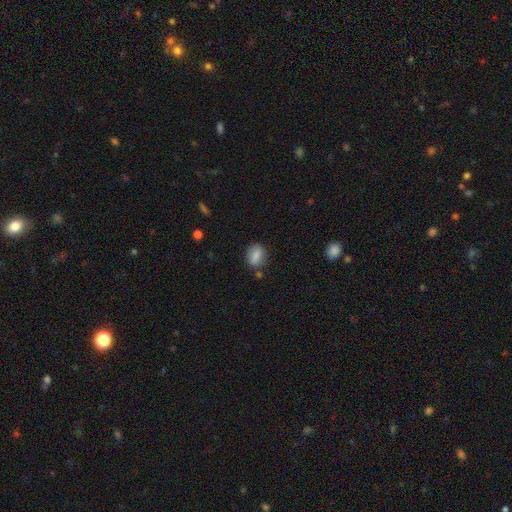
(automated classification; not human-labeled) A smooth galaxy with no disk features (82%) that is in between round and cigar-shaped (66%).

Vote fractions:
- Smooth or featured? smooth: 82% / featured or disk: 10% / star or artifact: 8%
- How rounded? in between: 66% / round: 31% / cigar-shaped: 3%
- Merging? none: 78% / minor disturbance: 14% / merger: 4% / major disturbance: 4%